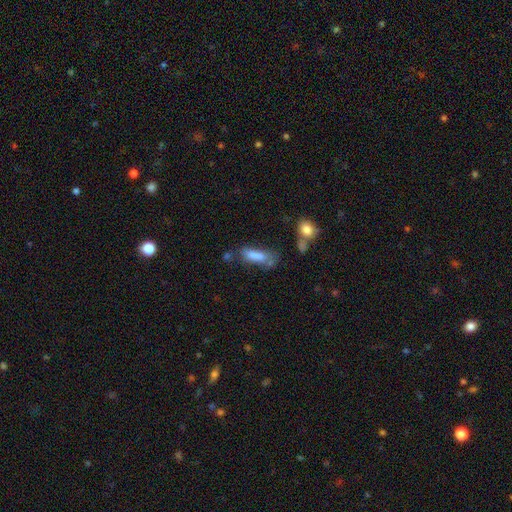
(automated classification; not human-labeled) Smooth or featured?
  - smooth: 75% *
  - featured or disk: 15%
  - star or artifact: 10%
How rounded?
  - in between: 54% *
  - cigar-shaped: 43%
  - round: 3%
Merging?
  - none: 36% *
  - minor disturbance: 24%
  - merger: 20%
  - major disturbance: 20%